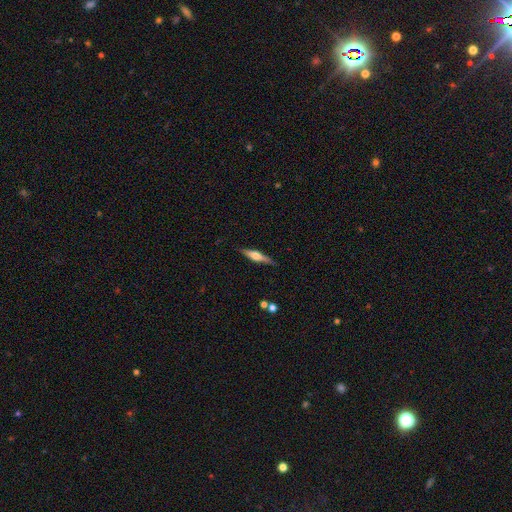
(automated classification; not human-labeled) smooth_or_featured: featured or disk (p=0.60) [alt: smooth p=0.34]
disk_edge_on: yes (p=0.96) [alt: no p=0.04]
edge_on_bulge: rounded (p=0.88) [alt: boxy p=0.08]
merging: none (p=0.85) [alt: minor disturbance p=0.11]